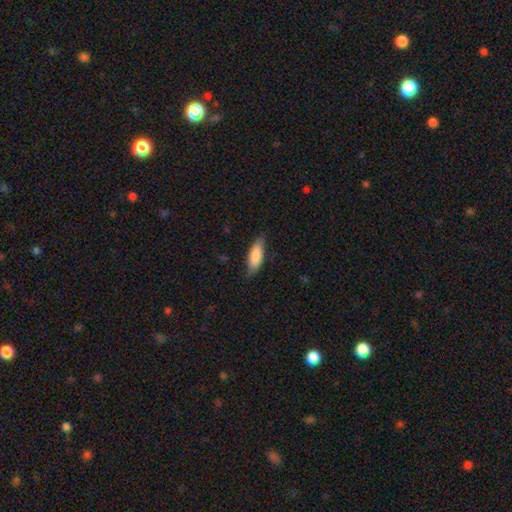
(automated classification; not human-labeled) Smooth or featured? Predicted: smooth (p=0.84). How rounded? Predicted: in between (p=0.61). Merging? Predicted: none (p=0.75).